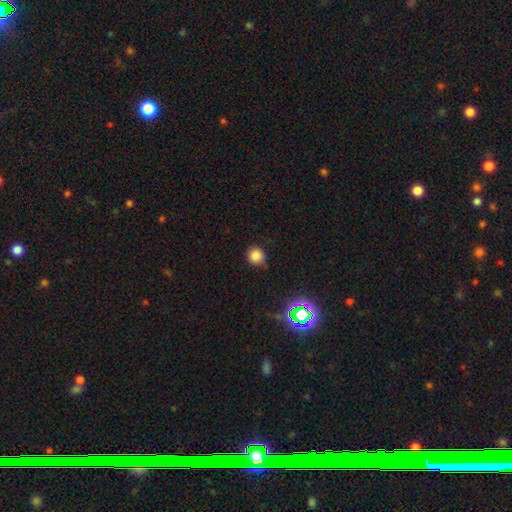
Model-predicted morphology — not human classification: This is likely a smooth galaxy (79%). How rounded: clearly round (90%). Merging: likely none (74%).